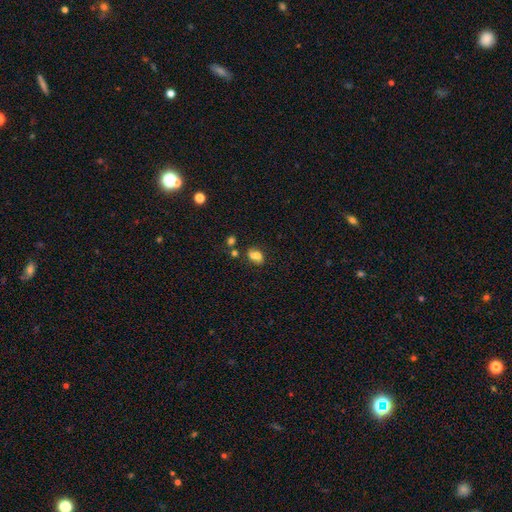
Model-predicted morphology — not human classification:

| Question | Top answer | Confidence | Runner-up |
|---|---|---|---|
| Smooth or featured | smooth | 71% | featured or disk (15%) |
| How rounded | in between | 73% | round (24%) |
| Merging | none | 50% | merger (24%) |